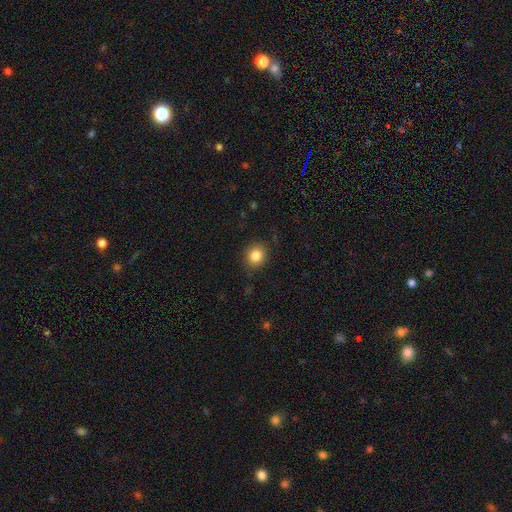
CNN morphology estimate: Overall: smooth (84%). How rounded: round (75%). Merging: none (84%).